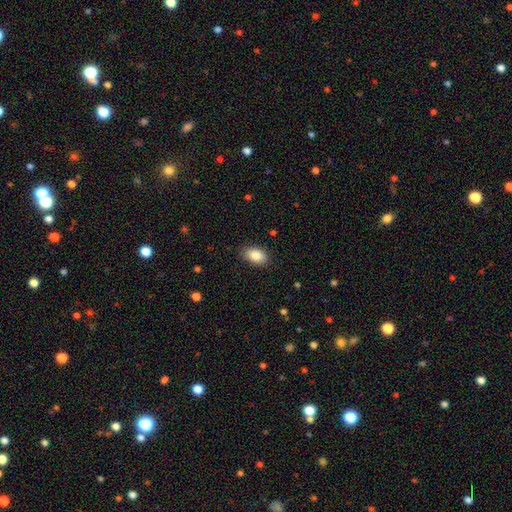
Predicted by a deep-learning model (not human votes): Morphology: type=smooth (86%); roundness=in between (92%); merging=none (86%).